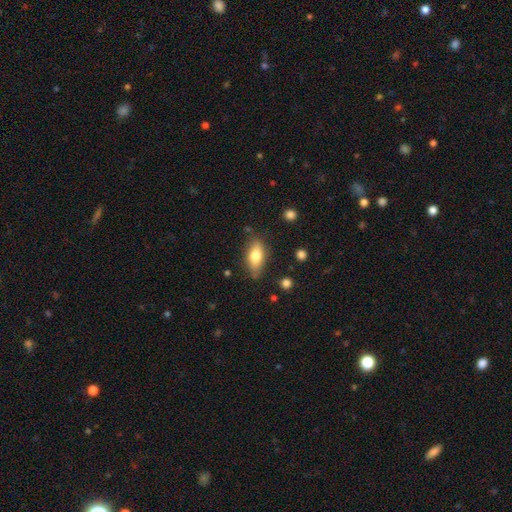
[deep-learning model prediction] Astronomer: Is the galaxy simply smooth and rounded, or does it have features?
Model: smooth — 74%.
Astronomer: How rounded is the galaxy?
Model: in between — 82%.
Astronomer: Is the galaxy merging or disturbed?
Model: none — 77%.